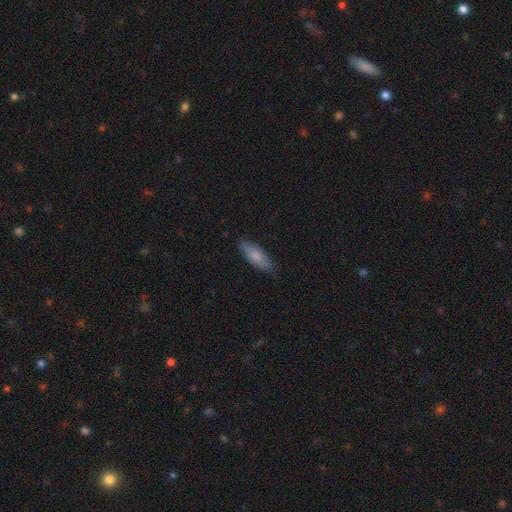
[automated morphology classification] Smooth or featured: smooth — 79% (featured or disk — 15%)
How rounded: in between — 57% (cigar-shaped — 41%)
Merging: none — 84% (minor disturbance — 13%)